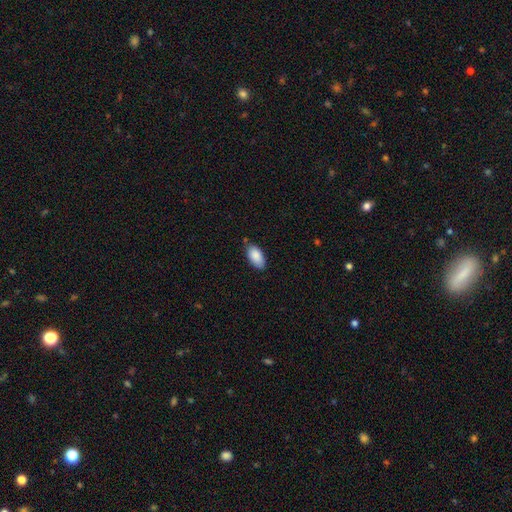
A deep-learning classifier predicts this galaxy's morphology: A smooth galaxy with no disk features (88%) that is in between round and cigar-shaped (94%). Merging: none (77%).